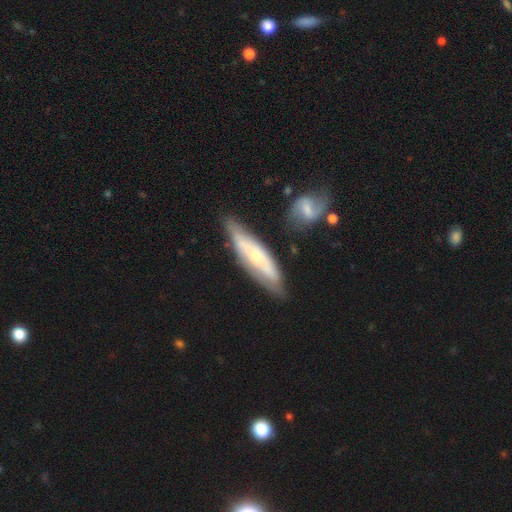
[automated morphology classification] Q: Smooth or featured?
A: featured or disk (62%); runner-up: smooth (33%)
Q: Edge-on disk?
A: no (59%); runner-up: yes (41%)
Q: Merging?
A: none (70%); runner-up: minor disturbance (19%)